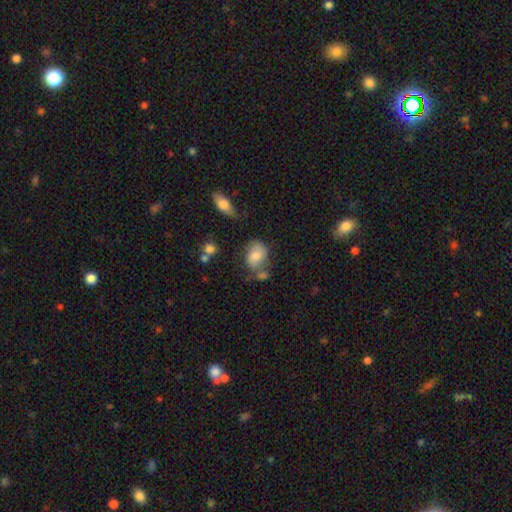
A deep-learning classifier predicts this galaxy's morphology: smooth-or-featured: smooth: 75% | featured or disk: 17% | star or artifact: 8%
  how-rounded: in between: 66% | round: 33% | cigar-shaped: 1%
  merging: none: 52% | minor disturbance: 24% | merger: 15% | major disturbance: 9%